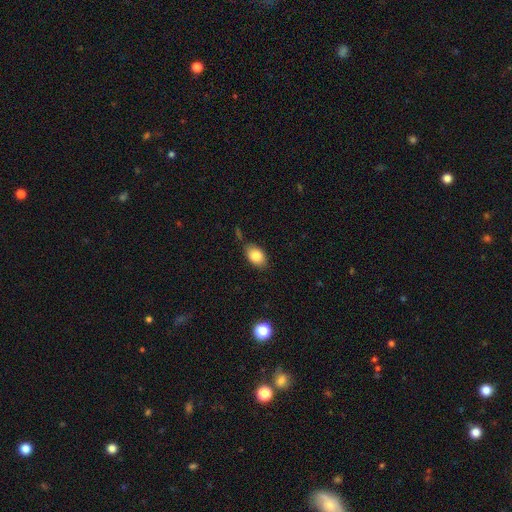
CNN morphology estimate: This is clearly a smooth galaxy (85%). How rounded: clearly in between (85%). Merging: likely none (73%).